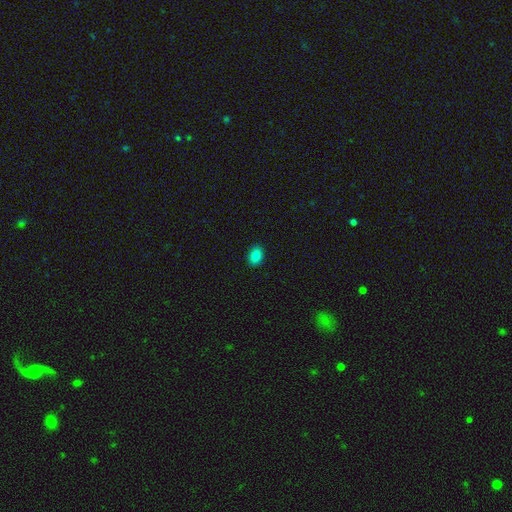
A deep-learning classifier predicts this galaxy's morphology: Q: Smooth or featured?
A: smooth (85%); runner-up: star or artifact (10%)
Q: How rounded?
A: in between (76%); runner-up: round (23%)
Q: Merging?
A: none (90%); runner-up: minor disturbance (8%)